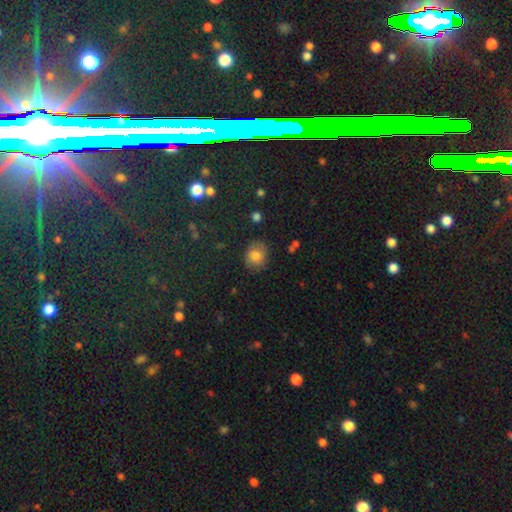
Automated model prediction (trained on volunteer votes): Smooth or featured? Predicted: smooth (p=0.77). How rounded? Predicted: round (p=0.64). Merging? Predicted: none (p=0.78).